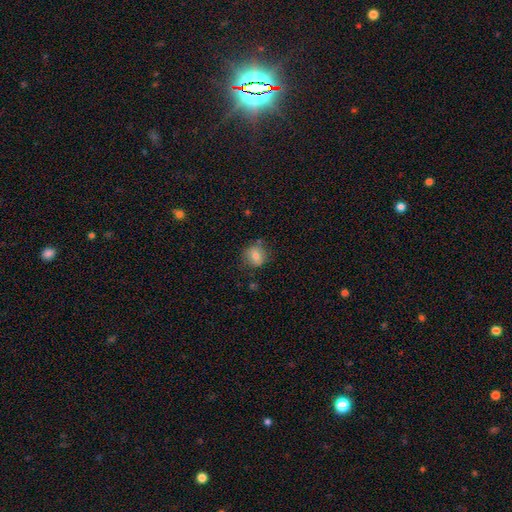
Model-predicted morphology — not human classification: smooth 75%, featured or disk 14%, star or artifact 10%. Down the decision tree: how rounded — round (80%); merging — none (76%).